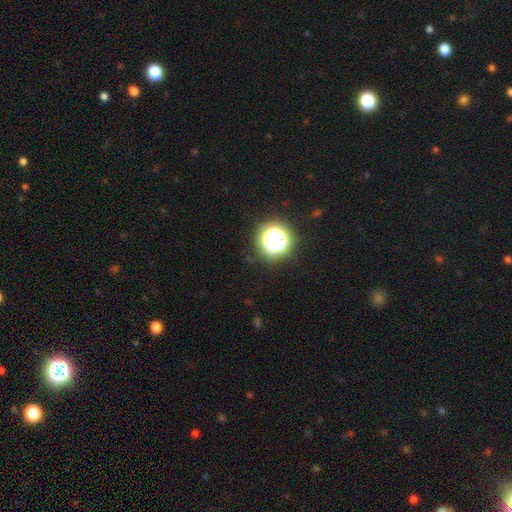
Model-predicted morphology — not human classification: A star or artifact, not a galaxy (78%).